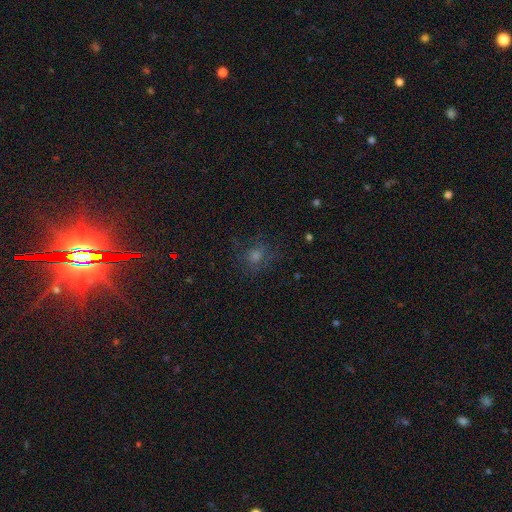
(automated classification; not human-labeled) Smooth or featured?
  - smooth: 48% *
  - star or artifact: 38%
  - featured or disk: 15%
Merging?
  - none: 75% *
  - minor disturbance: 15%
  - major disturbance: 8%
  - merger: 2%